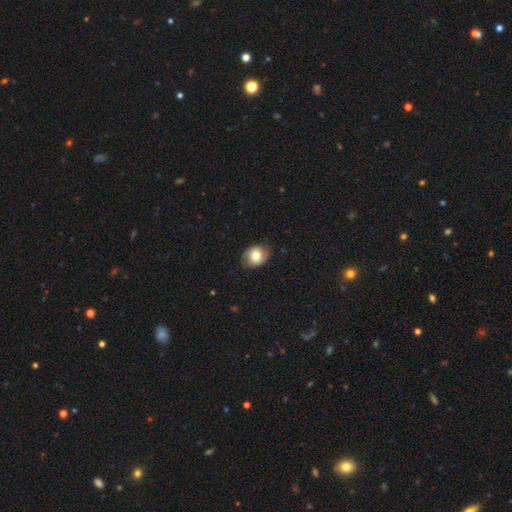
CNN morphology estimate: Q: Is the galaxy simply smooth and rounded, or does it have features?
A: smooth — 69%.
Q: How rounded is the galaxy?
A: round — 53%.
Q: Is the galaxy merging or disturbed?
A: none — 77%.